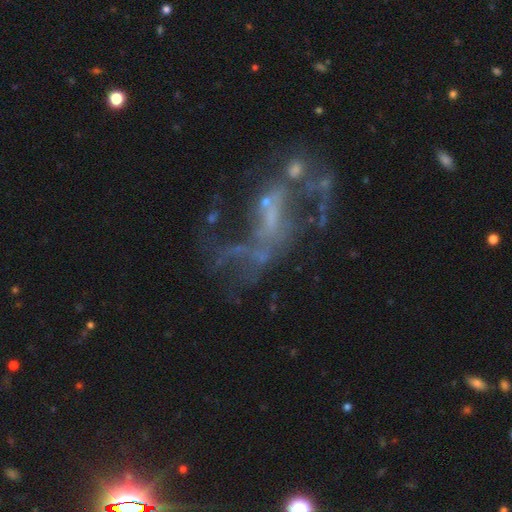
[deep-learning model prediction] Smooth or featured?
  - featured or disk: 71% *
  - star or artifact: 18%
  - smooth: 11%
Edge-on disk?
  - no: 95% *
  - yes: 5%
Bar?
  - no: 50% *
  - weak: 31%
  - strong: 19%
Spiral arms?
  - no: 52% *
  - yes: 48%
Bulge size?
  - none: 54% *
  - small: 31%
  - moderate: 12%
  - large: 2%
  - dominant: 1%
Merging?
  - major disturbance: 40% *
  - none: 29%
  - merger: 19%
  - minor disturbance: 13%